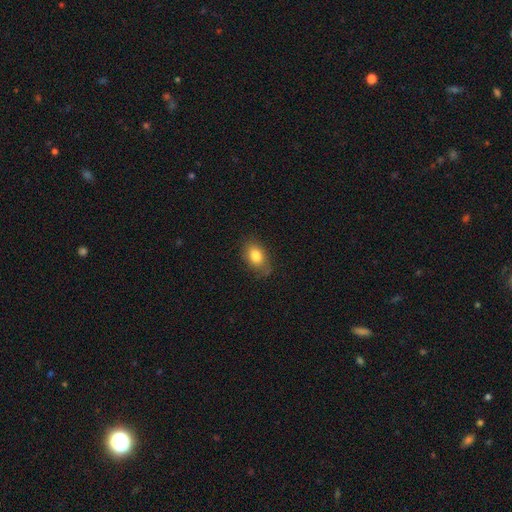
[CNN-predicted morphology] This appears to be a smooth galaxy with no disk features (81%) that is in between round and cigar-shaped (83%). Merging: none (74%).